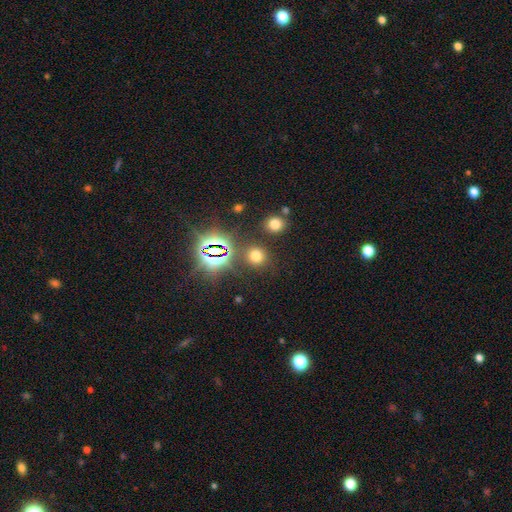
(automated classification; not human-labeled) Morphology: type=smooth (63%); roundness=round (86%); merging=none (83%).